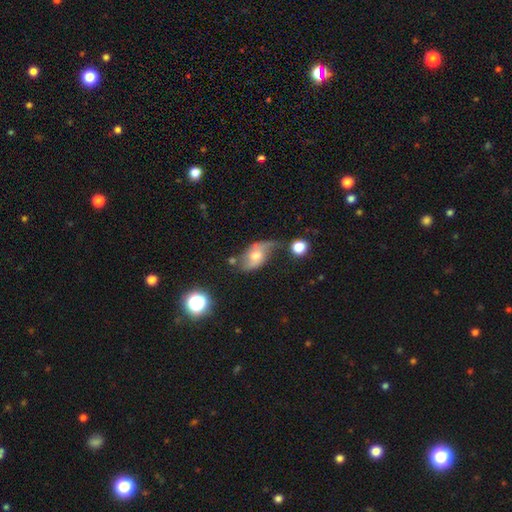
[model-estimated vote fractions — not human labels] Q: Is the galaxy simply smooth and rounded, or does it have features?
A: featured or disk — 58%.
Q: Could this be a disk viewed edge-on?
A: no — 93%.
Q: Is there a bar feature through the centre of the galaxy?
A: no — 61%.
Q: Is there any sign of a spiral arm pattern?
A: yes — 81%.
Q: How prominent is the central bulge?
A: moderate — 67%.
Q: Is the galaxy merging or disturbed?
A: none — 38%.